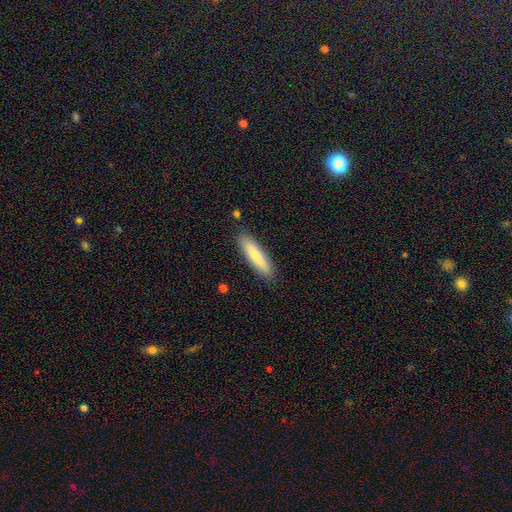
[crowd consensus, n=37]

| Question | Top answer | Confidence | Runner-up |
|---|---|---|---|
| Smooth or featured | smooth | 81% | featured or disk (16%) |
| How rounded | cigar-shaped | 90% | in between (10%) |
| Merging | none | 92% | minor disturbance (8%) |